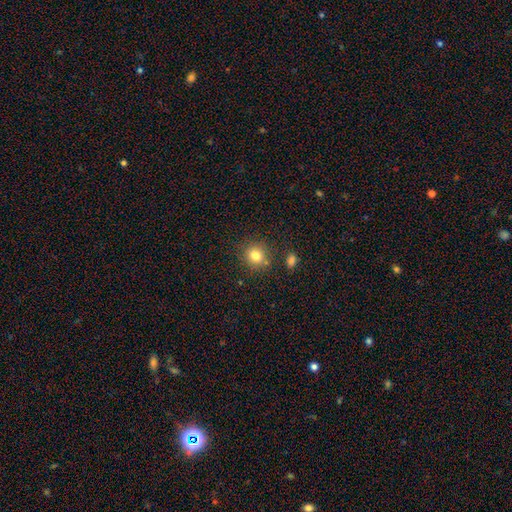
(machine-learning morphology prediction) smooth_or_featured: smooth (p=0.81) [alt: star or artifact p=0.12]
how_rounded: round (p=0.85) [alt: in between p=0.15]
merging: none (p=0.79) [alt: minor disturbance p=0.11]